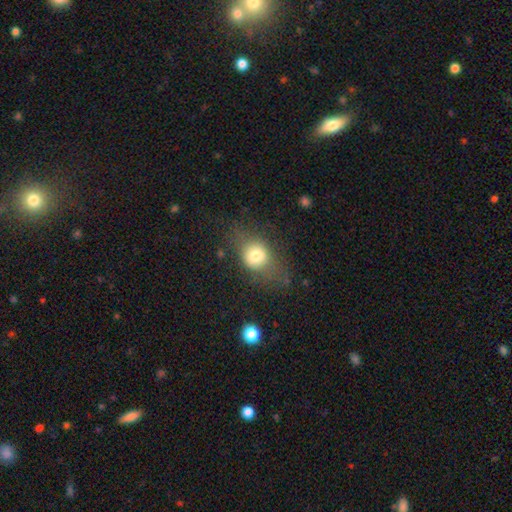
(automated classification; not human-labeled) Smooth or featured? smooth (72%)
How rounded? round (54%)
Merging? none (54%)